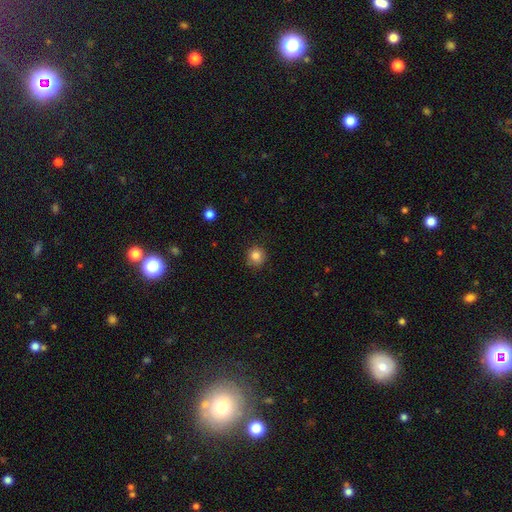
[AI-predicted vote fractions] smooth 83%, star or artifact 11%, featured or disk 5%. Down the decision tree: how rounded — round (92%); merging — none (86%).